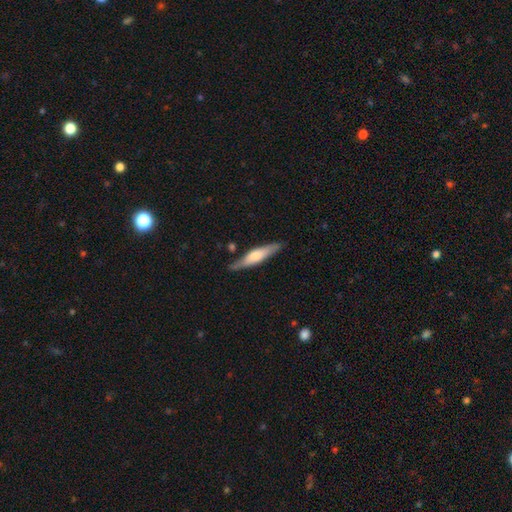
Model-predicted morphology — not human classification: Smooth or featured? Predicted: smooth (p=0.49). Merging? Predicted: none (p=0.82).